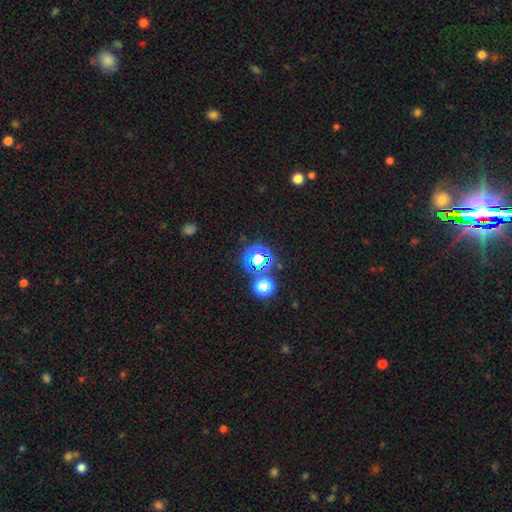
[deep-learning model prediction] Smooth or featured? Predicted: star or artifact (p=0.67).